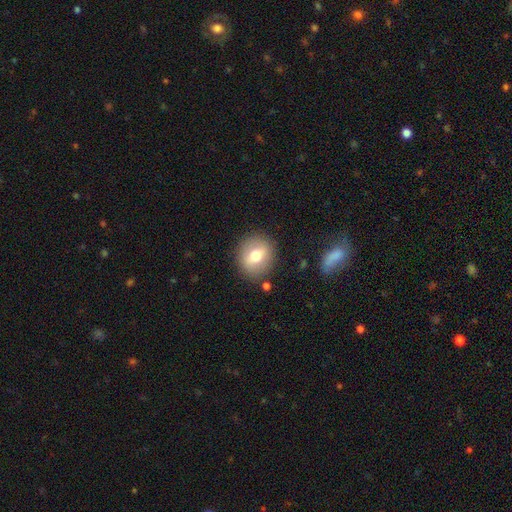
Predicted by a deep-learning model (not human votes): Smooth or featured?
  - smooth: 62% *
  - featured or disk: 29%
  - star or artifact: 9%
How rounded?
  - round: 78% *
  - in between: 21%
  - cigar-shaped: 1%
Merging?
  - none: 86% *
  - minor disturbance: 9%
  - major disturbance: 3%
  - merger: 2%